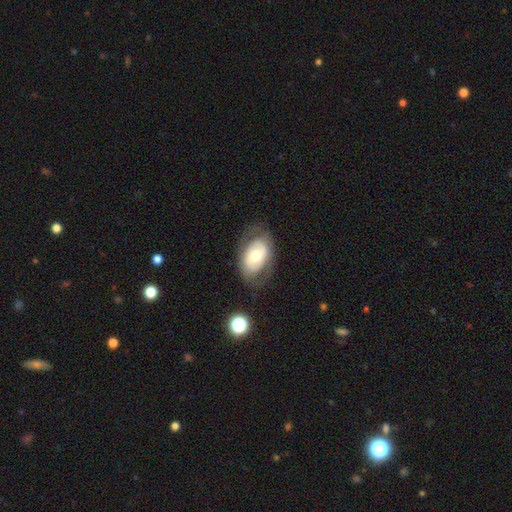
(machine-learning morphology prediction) featured or disk 47%, smooth 46%, star or artifact 7%. Down the decision tree: merging — none (71%).